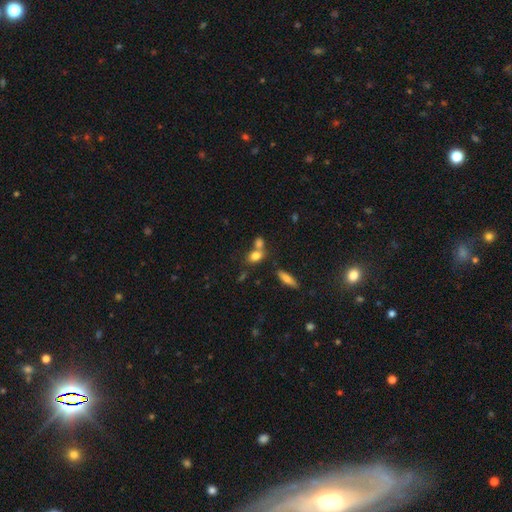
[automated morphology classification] Q: Smooth or featured?
A: smooth (77%); runner-up: featured or disk (12%)
Q: How rounded?
A: in between (67%); runner-up: round (28%)
Q: Merging?
A: none (45%); runner-up: merger (40%)